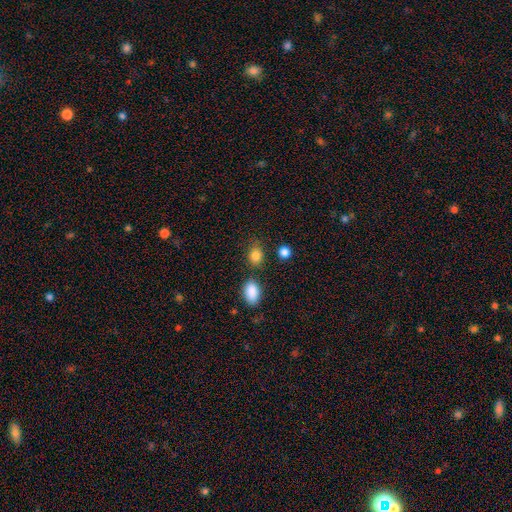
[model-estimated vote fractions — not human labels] smooth 85%, star or artifact 10%, featured or disk 5%. Down the decision tree: how rounded — in between (56%); merging — none (73%).